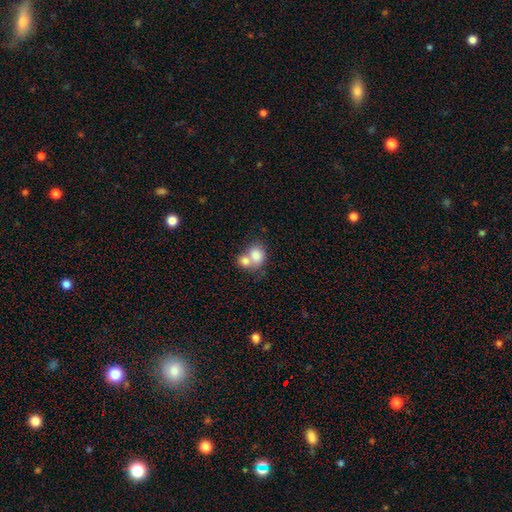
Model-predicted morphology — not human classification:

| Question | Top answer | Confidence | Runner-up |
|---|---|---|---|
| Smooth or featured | smooth | 79% | featured or disk (13%) |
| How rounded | round | 51% | in between (48%) |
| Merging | merger | 63% | none (26%) |